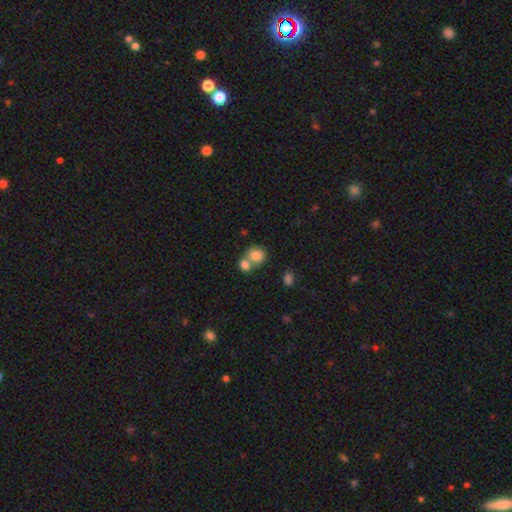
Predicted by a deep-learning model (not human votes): Q: Smooth or featured?
A: smooth (81%); runner-up: featured or disk (10%)
Q: How rounded?
A: round (73%); runner-up: in between (26%)
Q: Merging?
A: merger (50%); runner-up: none (39%)